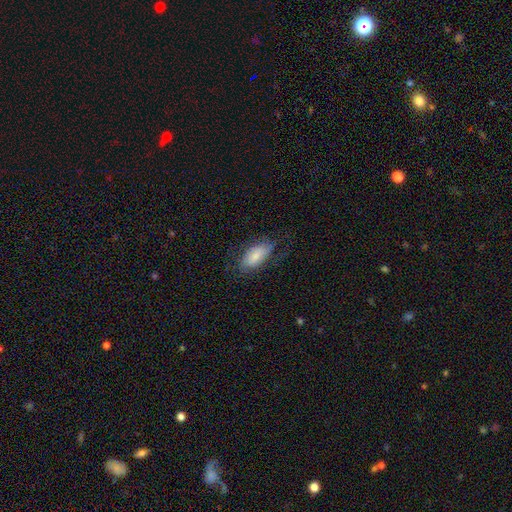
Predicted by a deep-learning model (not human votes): This appears to be a smooth galaxy with no disk features (68%) that is in between round and cigar-shaped (90%). Merging: none (63%).